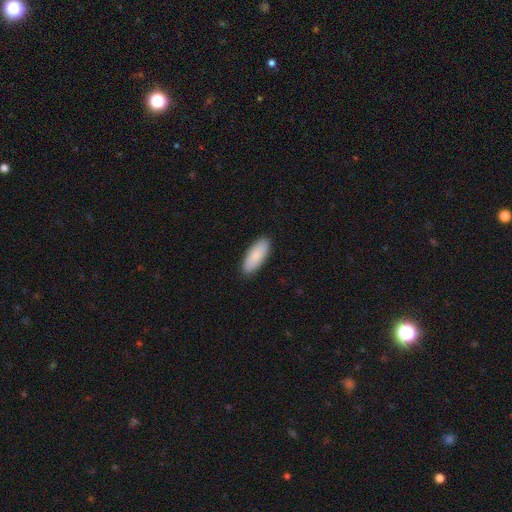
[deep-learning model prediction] A smooth galaxy with no disk features (89%) that is in between round and cigar-shaped (75%). Merging: none (91%).